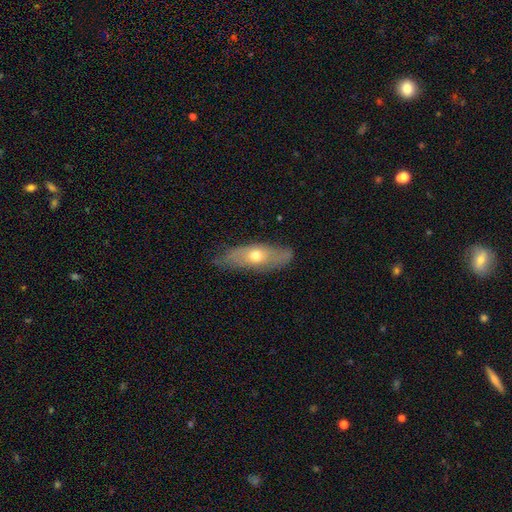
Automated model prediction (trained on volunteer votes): smooth_or_featured: smooth (p=0.50) [alt: featured or disk p=0.44]
merging: none (p=0.70) [alt: minor disturbance p=0.23]